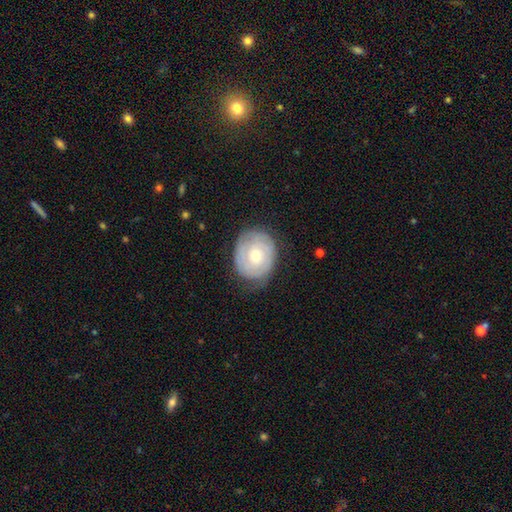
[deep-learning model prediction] Smooth or featured?
  - featured or disk: 64% *
  - smooth: 30%
  - star or artifact: 6%
Edge-on disk?
  - no: 97% *
  - yes: 3%
Bar?
  - no: 76% *
  - weak: 20%
  - strong: 3%
Spiral arms?
  - yes: 81% *
  - no: 19%
Spiral winding?
  - tight: 77% *
  - medium: 18%
  - loose: 6%
Spiral arm count?
  - can't tell: 47% *
  - 2: 32%
  - 3: 9%
  - 1: 6%
  - 4: 4%
  - more than 4: 3%
Bulge size?
  - moderate: 51% *
  - small: 45%
  - large: 2%
  - none: 1%
  - dominant: 1%
Merging?
  - none: 71% *
  - minor disturbance: 21%
  - major disturbance: 6%
  - merger: 1%